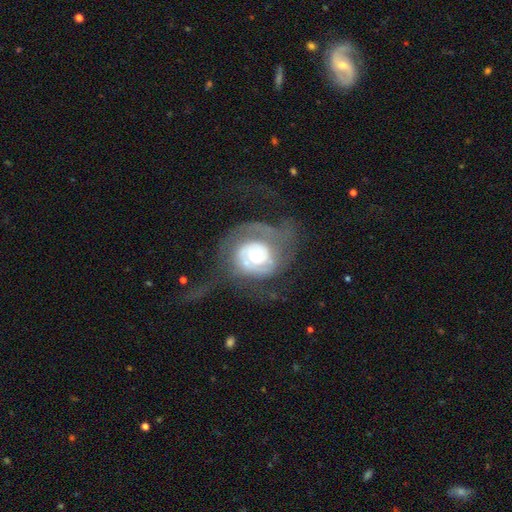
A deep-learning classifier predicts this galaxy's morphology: This is likely a featured or disk galaxy (79%). It is clearly not viewed edge-on (98%). Bar: likely no (73%). Spiral arm pattern: clearly yes (84%). Spiral arm count: marginally 2 (40%). Spiral winding: possibly tight (55%). Central bulge: likely moderate (61%). Merging: marginally none (41%).